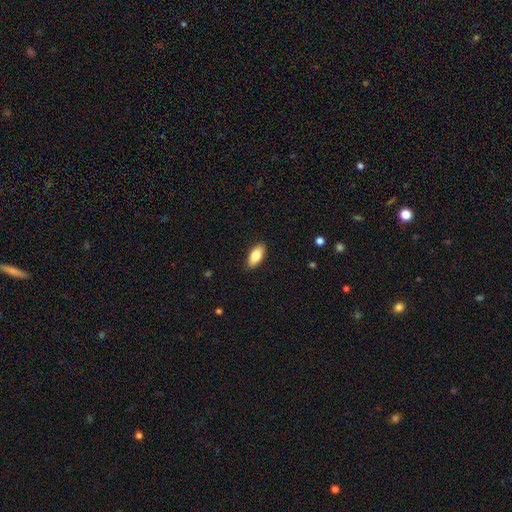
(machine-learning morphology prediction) Smooth or featured?
  - smooth: 81% *
  - featured or disk: 12%
  - star or artifact: 6%
How rounded?
  - in between: 89% *
  - cigar-shaped: 9%
  - round: 3%
Merging?
  - none: 88% *
  - minor disturbance: 9%
  - major disturbance: 2%
  - merger: 1%